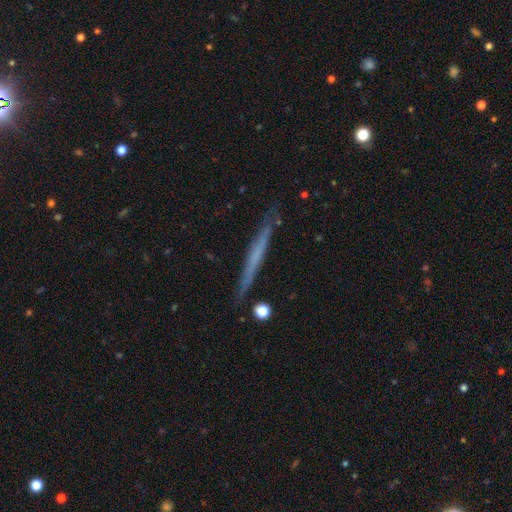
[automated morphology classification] Smooth or featured? featured or disk (52%)
Edge-on disk? yes (96%)
Edge-on bulge? none (86%)
Merging? none (86%)